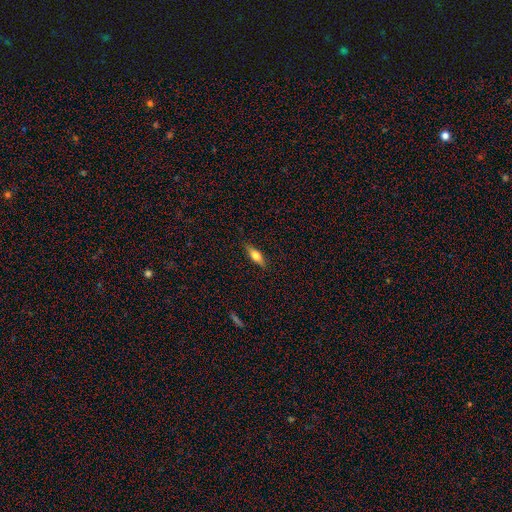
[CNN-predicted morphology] smooth-or-featured: smooth: 61% | featured or disk: 32% | star or artifact: 7%
  how-rounded: in between: 58% | cigar-shaped: 38% | round: 3%
  merging: none: 85% | minor disturbance: 11% | major disturbance: 3% | merger: 1%